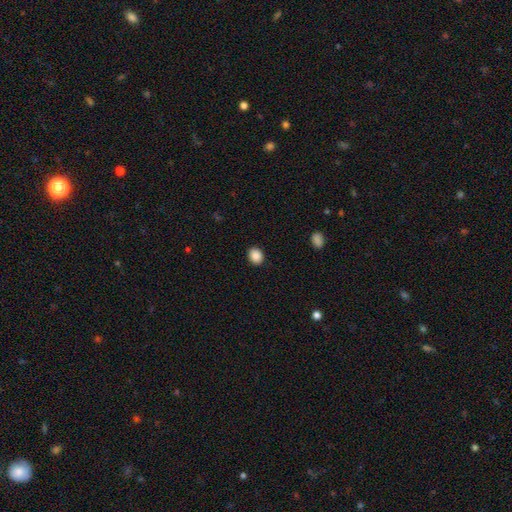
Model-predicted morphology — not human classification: smooth_or_featured: smooth (p=0.89) [alt: star or artifact p=0.09]
how_rounded: round (p=0.55) [alt: in between p=0.44]
merging: none (p=0.90) [alt: minor disturbance p=0.07]